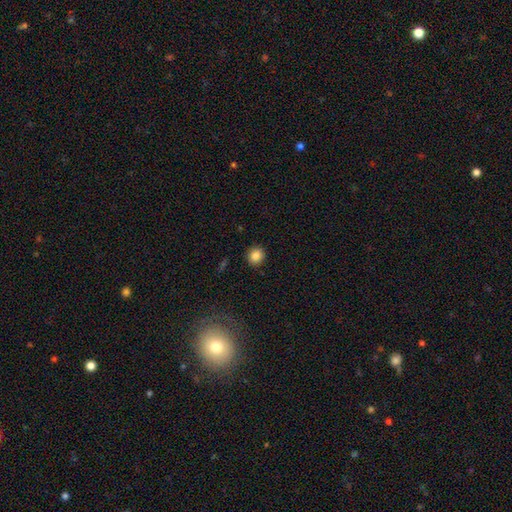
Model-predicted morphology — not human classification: Smooth or featured? Predicted: smooth (p=0.85). How rounded? Predicted: round (p=0.87). Merging? Predicted: none (p=0.91).